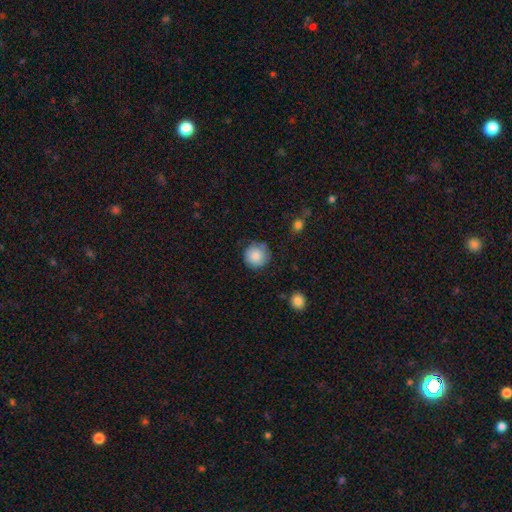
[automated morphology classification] A smooth galaxy with no disk features (85%) that is round (94%). Merging: none (81%).